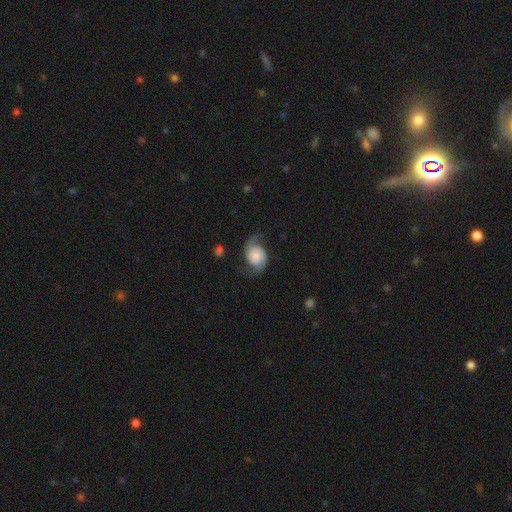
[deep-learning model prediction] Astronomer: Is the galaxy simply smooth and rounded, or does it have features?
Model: featured or disk — 65%.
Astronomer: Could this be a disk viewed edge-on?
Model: no — 98%.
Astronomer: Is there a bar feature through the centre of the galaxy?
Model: no — 73%.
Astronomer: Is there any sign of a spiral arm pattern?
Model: yes — 93%.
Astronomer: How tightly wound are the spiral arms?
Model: loose — 57%.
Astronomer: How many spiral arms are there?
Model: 2 — 88%.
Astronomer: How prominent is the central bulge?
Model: none — 25% (runner-up: small, 22%).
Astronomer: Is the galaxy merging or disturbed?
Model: none — 60%.